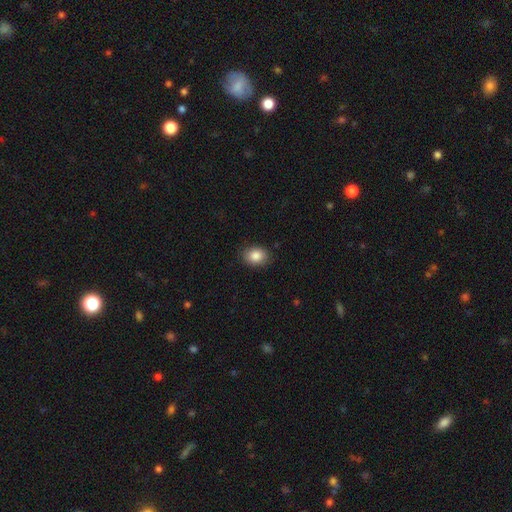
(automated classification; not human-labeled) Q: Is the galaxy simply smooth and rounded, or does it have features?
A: smooth — 86%.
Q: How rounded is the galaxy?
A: in between — 64%.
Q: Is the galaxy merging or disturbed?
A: none — 87%.